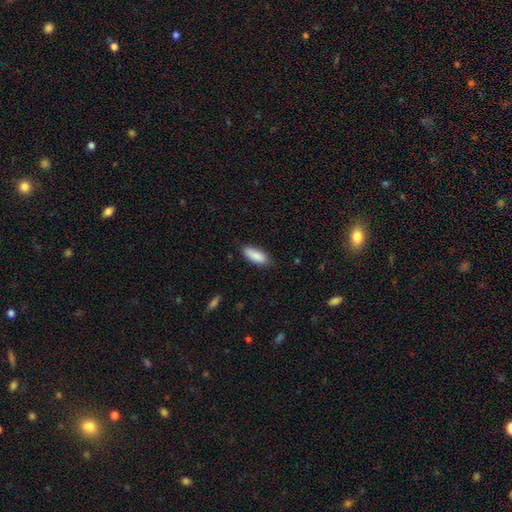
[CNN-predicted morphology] Q: Smooth or featured?
A: smooth (88%); runner-up: star or artifact (6%)
Q: How rounded?
A: in between (77%); runner-up: cigar-shaped (22%)
Q: Merging?
A: none (80%); runner-up: minor disturbance (16%)